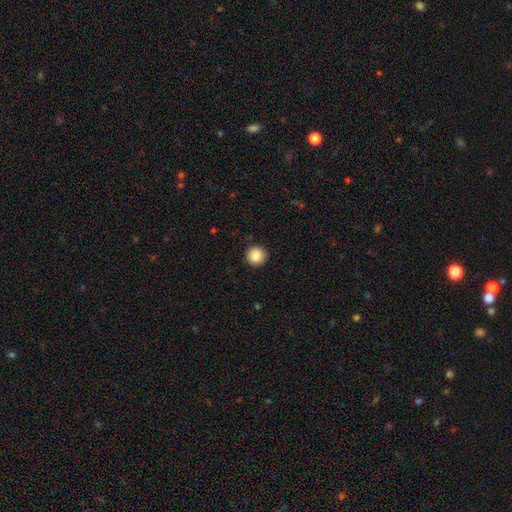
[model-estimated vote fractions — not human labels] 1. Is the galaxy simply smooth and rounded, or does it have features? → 88% smooth, 9% star or artifact, 4% featured or disk.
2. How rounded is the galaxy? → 94% round, 5% in between, 1% cigar-shaped.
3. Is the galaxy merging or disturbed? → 90% none, 7% minor disturbance, 2% major disturbance, 1% merger.